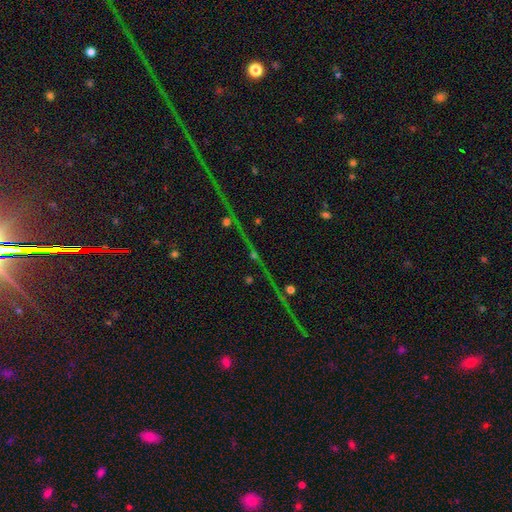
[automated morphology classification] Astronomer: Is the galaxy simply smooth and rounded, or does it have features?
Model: star or artifact — 84%.